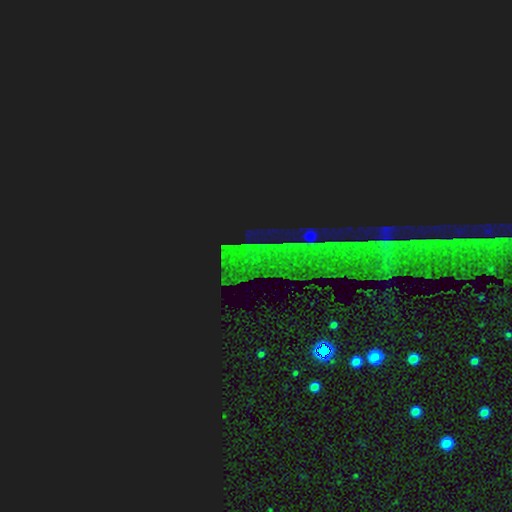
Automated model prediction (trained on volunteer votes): Morphology: type=star or artifact (85%).